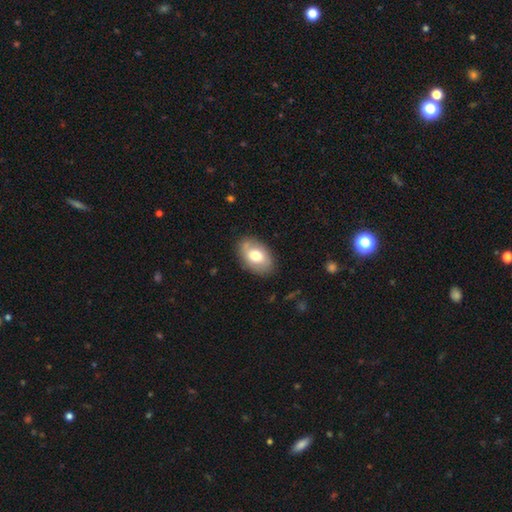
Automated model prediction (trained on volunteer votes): Q: Smooth or featured?
A: smooth (66%); runner-up: featured or disk (27%)
Q: How rounded?
A: in between (89%); runner-up: round (10%)
Q: Merging?
A: none (79%); runner-up: minor disturbance (15%)